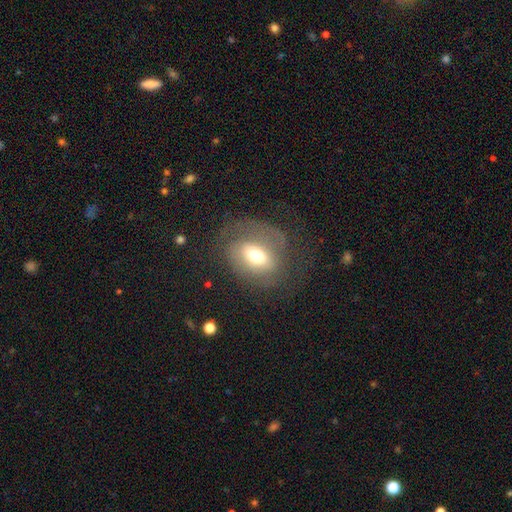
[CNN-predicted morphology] Overall: smooth (50%; featured or disk 40%). How rounded: in between (63%; round 35%). Merging: none (55%; major disturbance 24%).